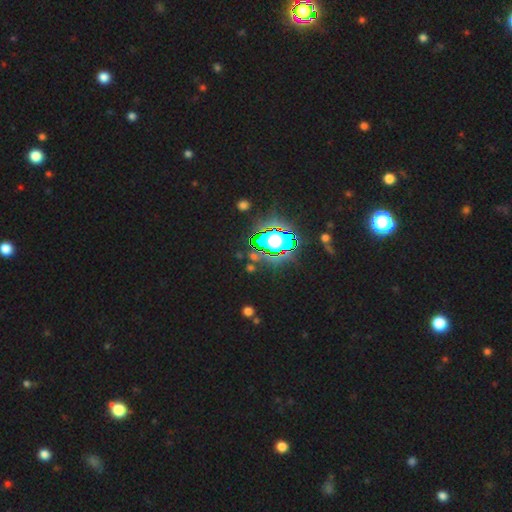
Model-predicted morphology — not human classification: Smooth or featured? star or artifact (76%)